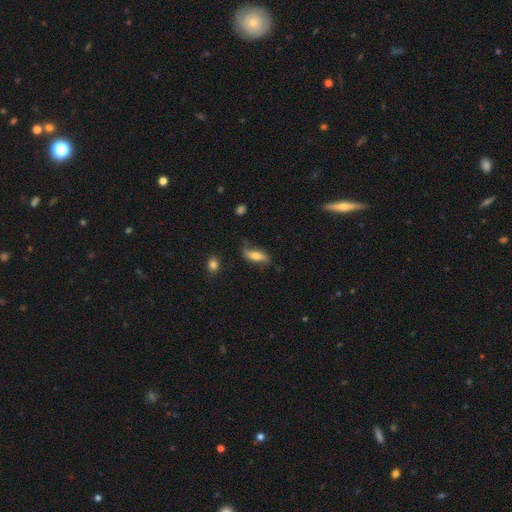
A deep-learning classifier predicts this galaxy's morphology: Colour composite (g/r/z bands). It shows a smooth galaxy with no disk features (55%) that is in between round and cigar-shaped (61%). Merging: none (62%).